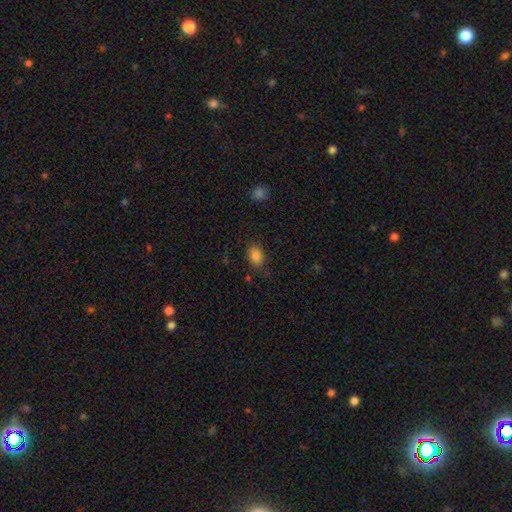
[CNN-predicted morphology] Smooth or featured? smooth (86%)
How rounded? in between (78%)
Merging? none (81%)